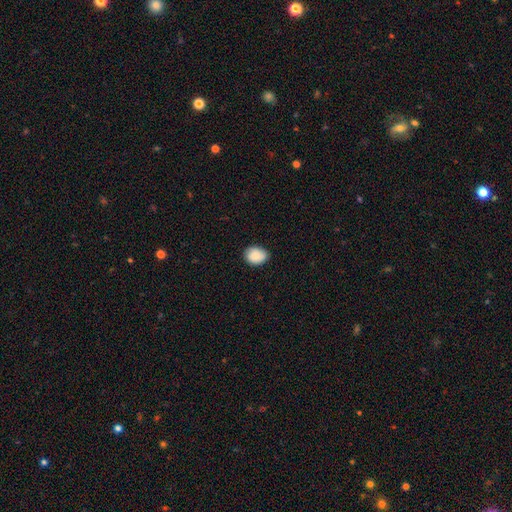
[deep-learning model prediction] Smooth or featured?
  - smooth: 89% *
  - star or artifact: 7%
  - featured or disk: 4%
How rounded?
  - in between: 60% *
  - round: 39%
  - cigar-shaped: 1%
Merging?
  - none: 79% *
  - minor disturbance: 18%
  - major disturbance: 2%
  - merger: 1%